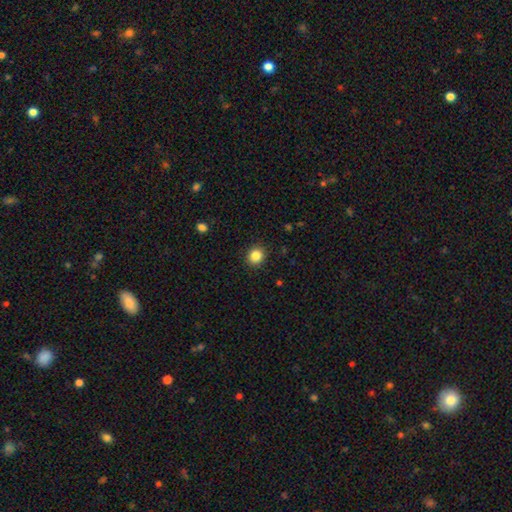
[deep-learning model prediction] Morphology: type=smooth (85%); roundness=round (86%); merging=none (91%).